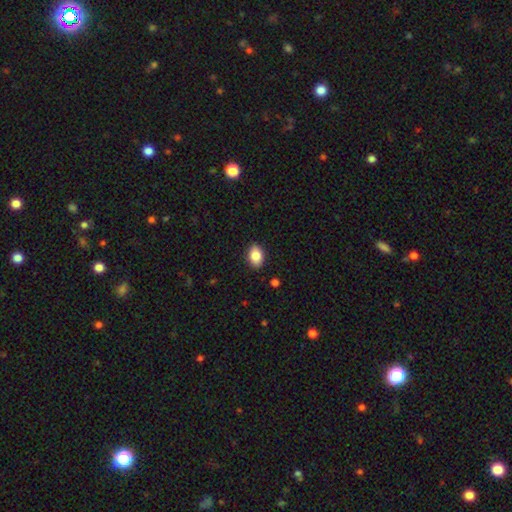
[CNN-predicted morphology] Smooth or featured? smooth (84%)
How rounded? in between (84%)
Merging? none (89%)